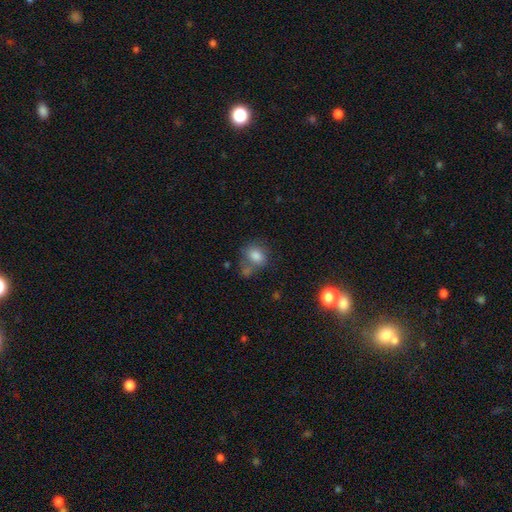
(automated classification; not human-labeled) Q: Smooth or featured?
A: smooth (79%); runner-up: featured or disk (11%)
Q: How rounded?
A: in between (54%); runner-up: round (45%)
Q: Merging?
A: none (48%); runner-up: merger (23%)